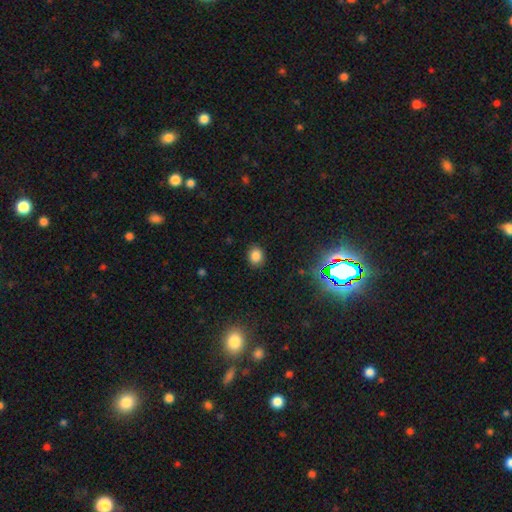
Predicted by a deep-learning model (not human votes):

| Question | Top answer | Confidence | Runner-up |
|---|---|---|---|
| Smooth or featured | smooth | 82% | star or artifact (13%) |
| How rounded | round | 56% | in between (43%) |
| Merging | none | 87% | minor disturbance (9%) |